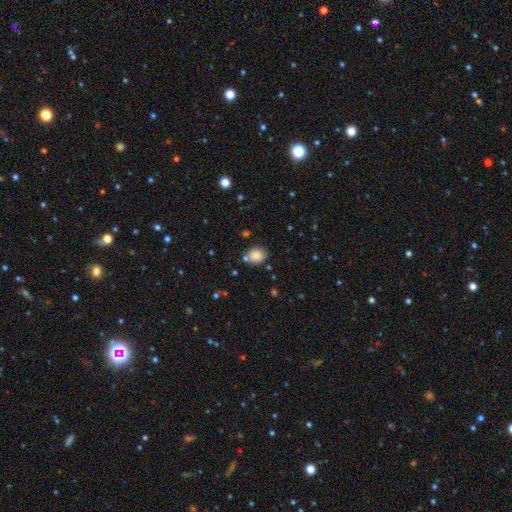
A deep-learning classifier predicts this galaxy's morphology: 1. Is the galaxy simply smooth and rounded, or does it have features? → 84% smooth, 10% star or artifact, 6% featured or disk.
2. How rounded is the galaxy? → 63% round, 36% in between, 1% cigar-shaped.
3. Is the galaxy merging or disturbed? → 71% none, 15% minor disturbance, 10% merger, 4% major disturbance.